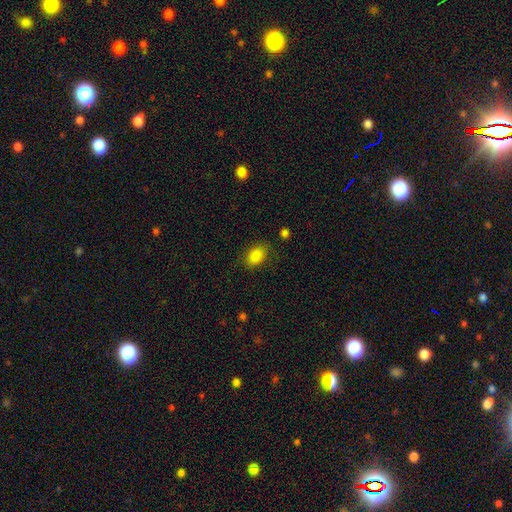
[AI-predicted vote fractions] Smooth or featured? smooth (86%)
How rounded? in between (77%)
Merging? none (80%)